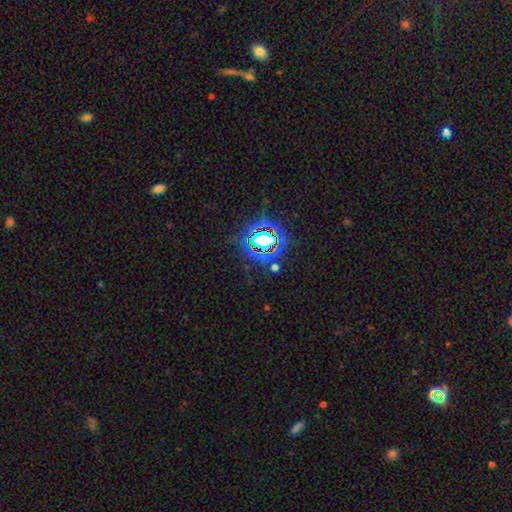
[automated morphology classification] Smooth or featured? Predicted: star or artifact (p=0.80).